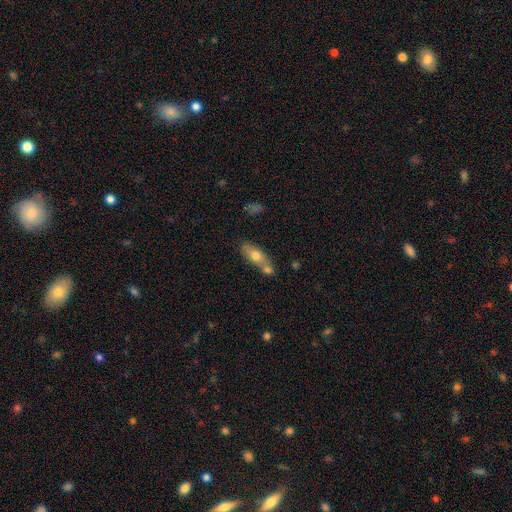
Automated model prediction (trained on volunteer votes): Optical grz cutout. It shows a smooth galaxy with no disk features (67%) that is in between round and cigar-shaped (69%). Merging: none (46%).